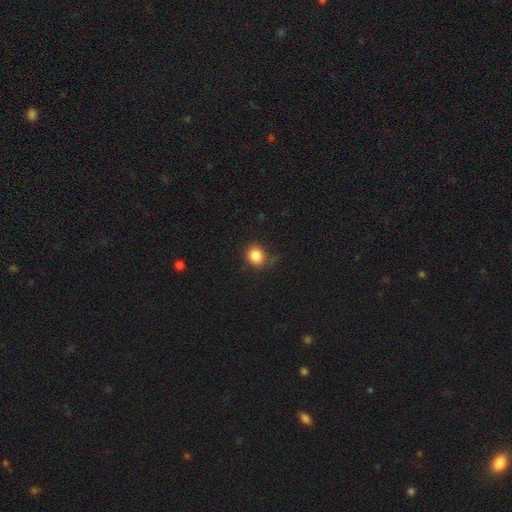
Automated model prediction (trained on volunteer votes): This appears to be a smooth galaxy with no disk features (84%) that is round (73%). Merging: none (69%).